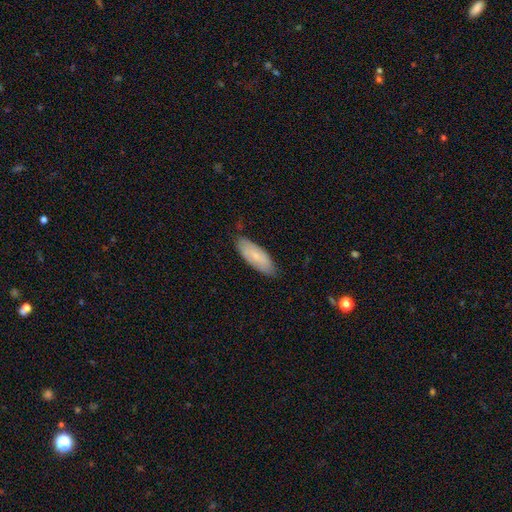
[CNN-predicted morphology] Smooth or featured?
  - smooth: 67% *
  - featured or disk: 27%
  - star or artifact: 6%
How rounded?
  - in between: 71% *
  - cigar-shaped: 27%
  - round: 2%
Merging?
  - none: 78% *
  - minor disturbance: 18%
  - major disturbance: 3%
  - merger: 1%